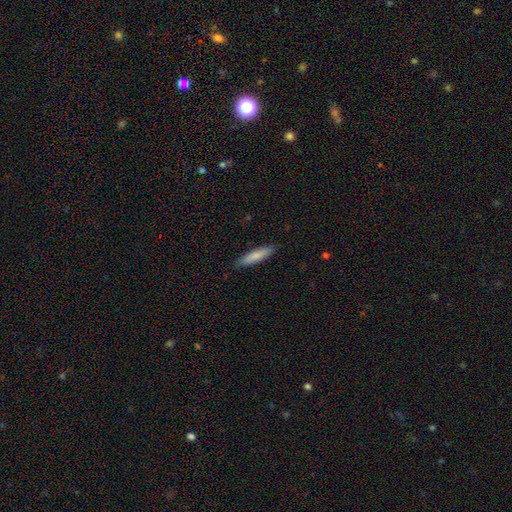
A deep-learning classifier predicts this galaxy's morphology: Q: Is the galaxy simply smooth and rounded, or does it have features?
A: smooth — 82%.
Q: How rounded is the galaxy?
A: cigar-shaped — 81%.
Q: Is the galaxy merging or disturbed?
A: none — 88%.